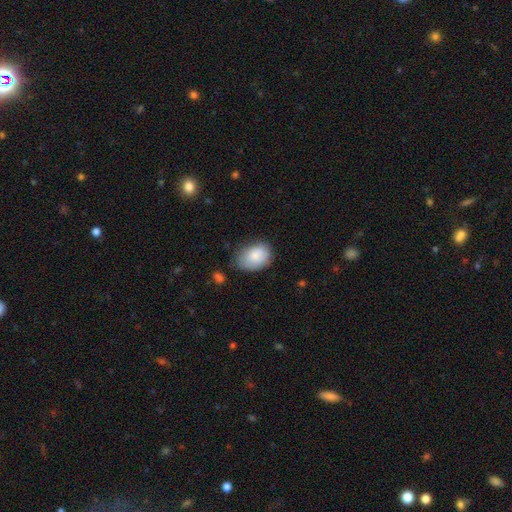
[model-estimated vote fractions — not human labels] Smooth or featured: smooth — 81% (featured or disk — 12%)
How rounded: in between — 81% (round — 18%)
Merging: none — 63% (minor disturbance — 28%)